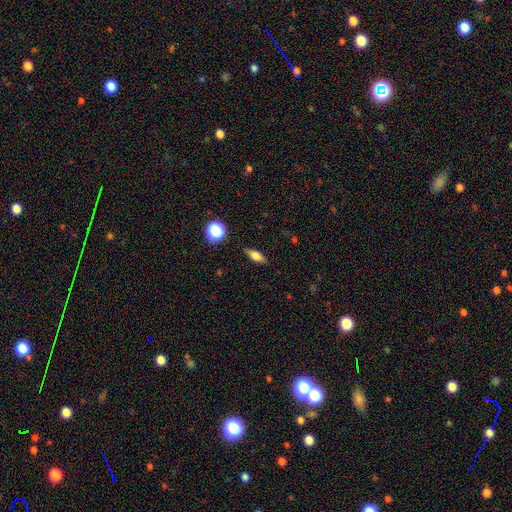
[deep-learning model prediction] A smooth galaxy with no disk features (67%) that is in between round and cigar-shaped (67%). Merging: none (86%).